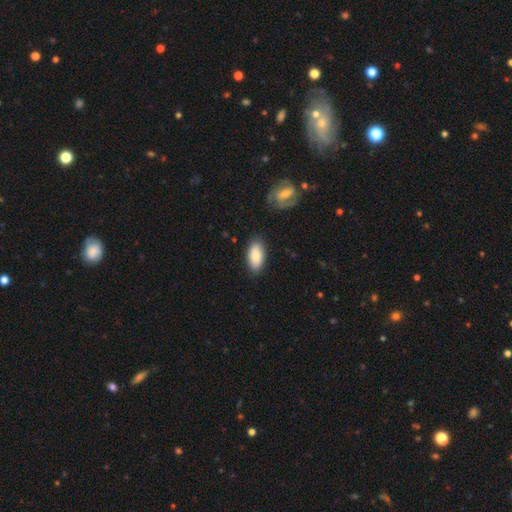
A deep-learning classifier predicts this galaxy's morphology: The model was most divided on "smooth or featured": smooth: 81%, featured or disk: 13%, star or artifact: 6%. More confident: how rounded — in between (91%); merging — none (84%).